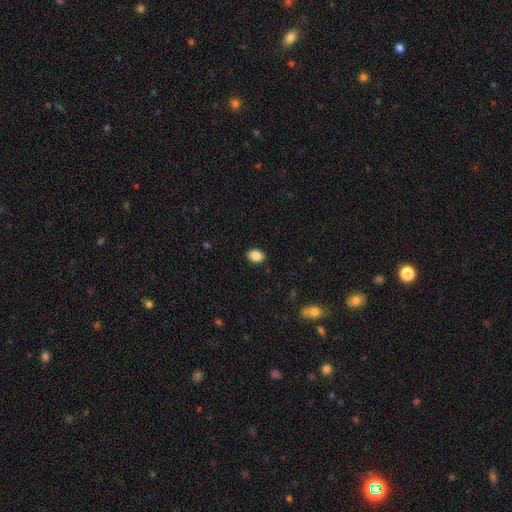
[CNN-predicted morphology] Overall: smooth (88%). How rounded: in between (66%; round 33%). Merging: none (89%).